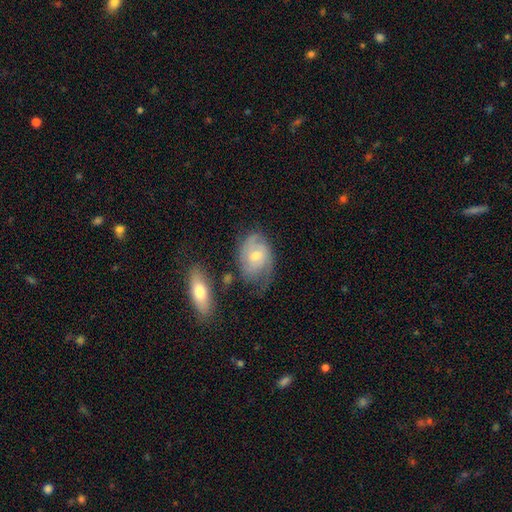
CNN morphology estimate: A featured or disk galaxy (66%) with no bar (61%), tight (54%) spiral arms (87%) and a moderate central bulge (57%).

Vote fractions:
- Smooth or featured? featured or disk: 66% / smooth: 27% / star or artifact: 6%
- Edge-on disk? no: 95% / yes: 5%
- Bar? no: 61% / weak: 34% / strong: 5%
- Spiral arms? yes: 87% / no: 13%
- Spiral winding? tight: 54% / medium: 34% / loose: 12%
- Spiral arm count? can't tell: 40% / 2: 31% / 3: 13% / 1: 8% / 4: 4% / more than 4: 3%
- Bulge size? moderate: 57% / small: 37% / large: 4% / none: 2% / dominant: 1%
- Merging? none: 54% / minor disturbance: 27% / major disturbance: 14% / merger: 5%